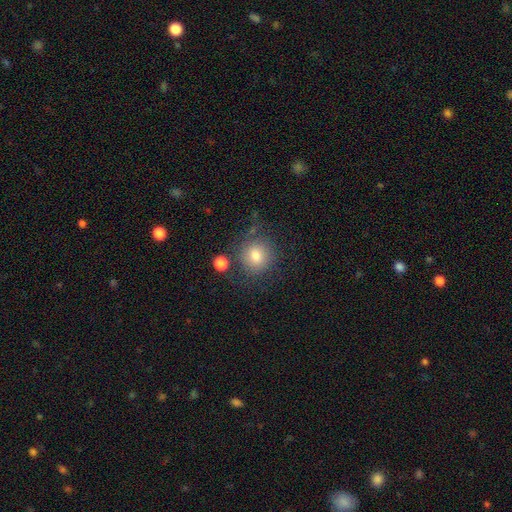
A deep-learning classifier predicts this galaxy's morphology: A smooth galaxy with no disk features (78%) that is round (89%).

Vote fractions:
- Smooth or featured? smooth: 78% / star or artifact: 11% / featured or disk: 10%
- How rounded? round: 89% / in between: 10% / cigar-shaped: 1%
- Merging? none: 75% / minor disturbance: 13% / merger: 6% / major disturbance: 6%